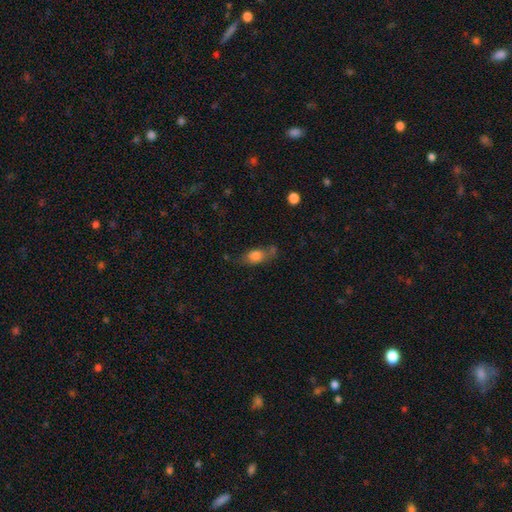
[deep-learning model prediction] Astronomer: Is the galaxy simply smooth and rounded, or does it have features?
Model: smooth — 75%.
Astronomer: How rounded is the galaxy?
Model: in between — 76%.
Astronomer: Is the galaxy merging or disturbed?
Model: none — 51%.